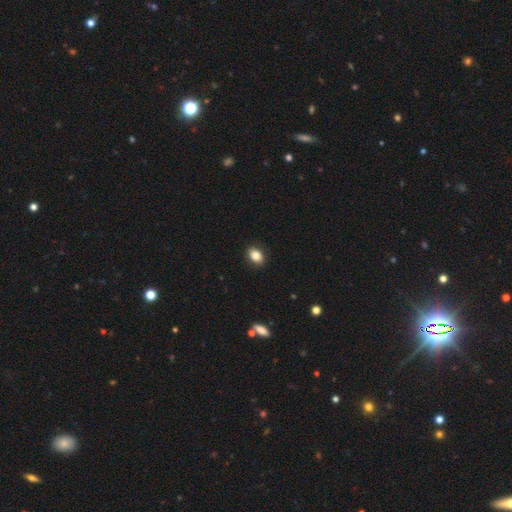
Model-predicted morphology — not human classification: Q: Smooth or featured?
A: smooth (84%); runner-up: star or artifact (9%)
Q: How rounded?
A: in between (75%); runner-up: round (23%)
Q: Merging?
A: none (89%); runner-up: minor disturbance (8%)